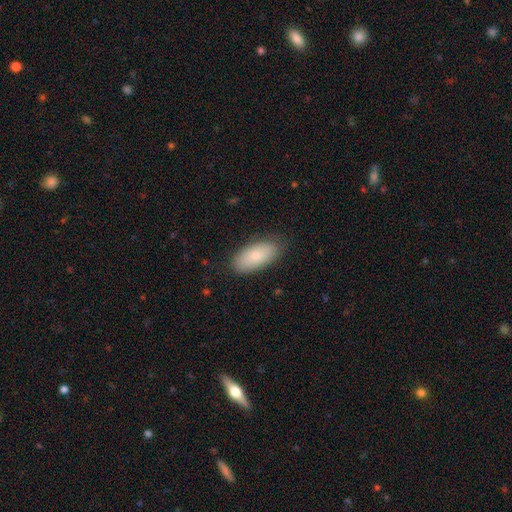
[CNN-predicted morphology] smooth-or-featured: smooth: 79% | featured or disk: 14% | star or artifact: 7%
  how-rounded: in between: 92% | cigar-shaped: 6% | round: 3%
  merging: none: 83% | minor disturbance: 13% | major disturbance: 3% | merger: 1%